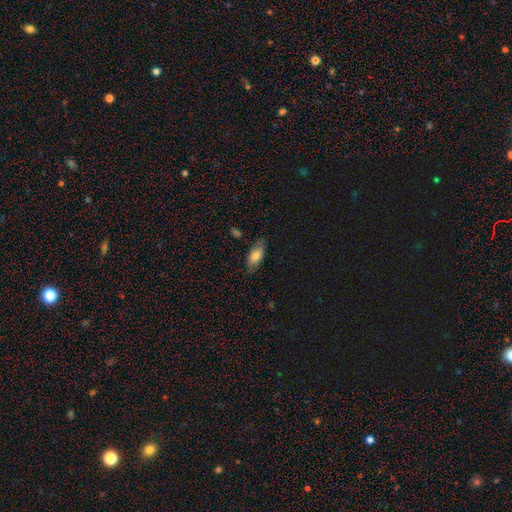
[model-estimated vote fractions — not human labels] smooth-or-featured: smooth: 76% | featured or disk: 15% | star or artifact: 8%
  how-rounded: in between: 88% | cigar-shaped: 9% | round: 3%
  merging: none: 75% | minor disturbance: 19% | major disturbance: 4% | merger: 2%